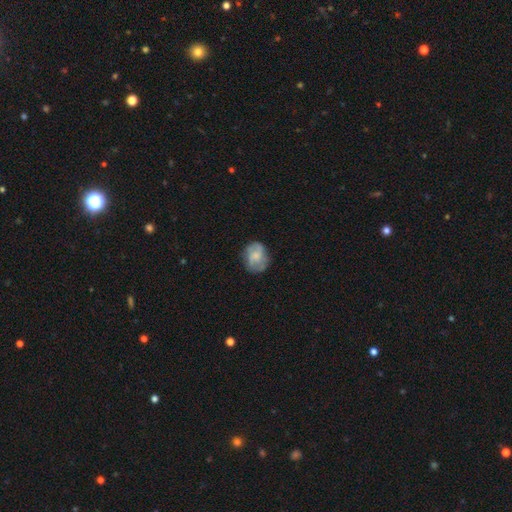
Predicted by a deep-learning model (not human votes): Smooth or featured: smooth — 48% (featured or disk — 45%)
Merging: none — 66% (minor disturbance — 23%)